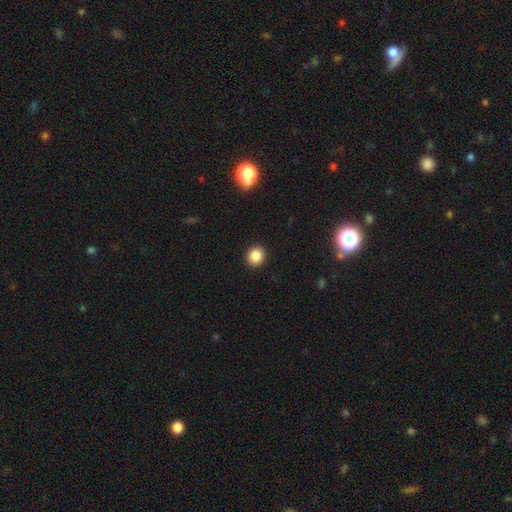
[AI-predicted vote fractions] This is clearly a smooth galaxy (86%). How rounded: likely round (76%). Merging: clearly none (92%).